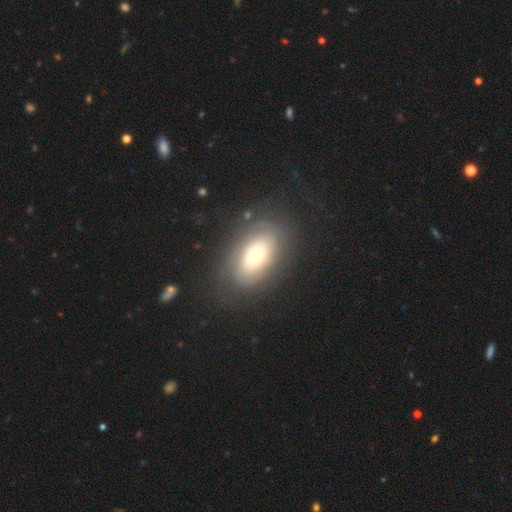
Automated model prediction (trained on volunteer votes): smooth_or_featured: featured or disk (p=0.52) [alt: smooth p=0.40]
disk_edge_on: no (p=0.92) [alt: yes p=0.08]
merging: none (p=0.73) [alt: minor disturbance p=0.15]